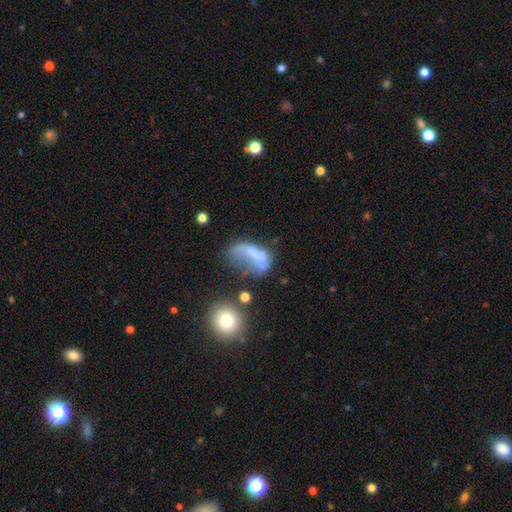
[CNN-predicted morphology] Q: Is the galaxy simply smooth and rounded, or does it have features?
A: smooth — 51%.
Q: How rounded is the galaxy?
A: in between — 81%.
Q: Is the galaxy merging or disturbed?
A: major disturbance — 49%.